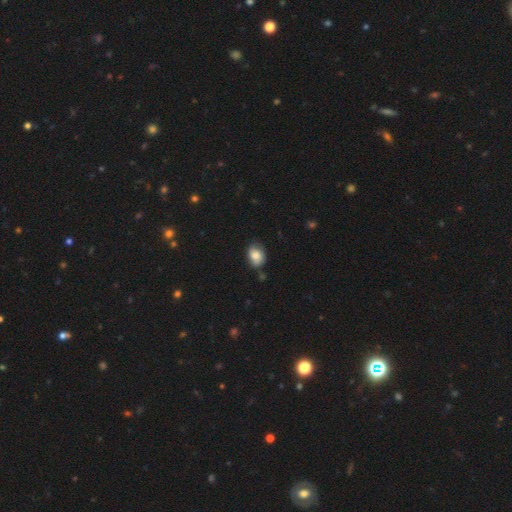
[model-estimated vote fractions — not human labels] smooth 79%, featured or disk 13%, star or artifact 8%. Down the decision tree: how rounded — in between (68%); merging — none (68%).